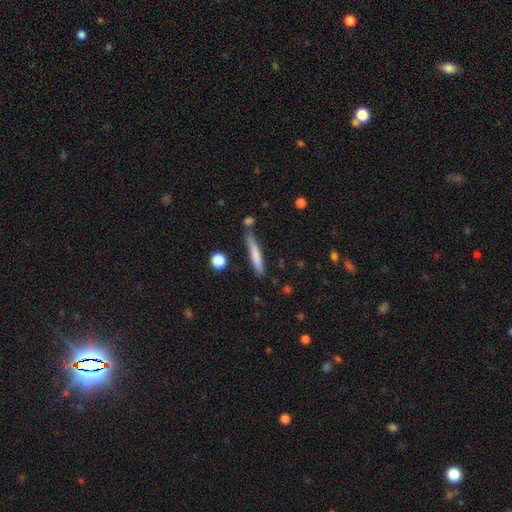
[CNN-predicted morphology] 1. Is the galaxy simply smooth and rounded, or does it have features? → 73% smooth, 21% featured or disk, 6% star or artifact.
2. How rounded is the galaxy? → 94% cigar-shaped, 5% in between, 1% round.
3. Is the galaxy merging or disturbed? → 76% none, 15% minor disturbance, 6% merger, 3% major disturbance.